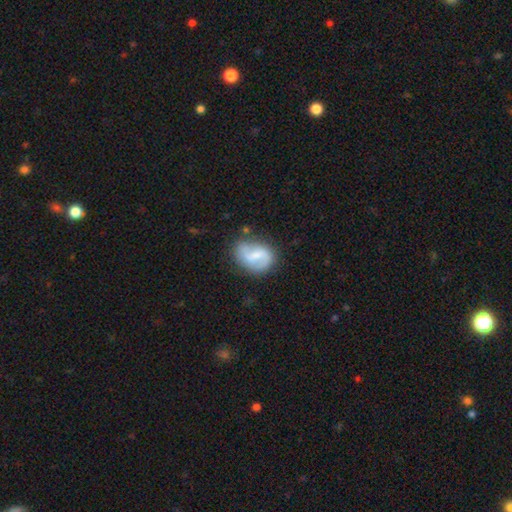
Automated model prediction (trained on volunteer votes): A featured or disk galaxy (64%) with a weak bar (51%), 2 (82%) loose (48%) spiral arms (85%) and a small central bulge (43%). Merging: none (66%).